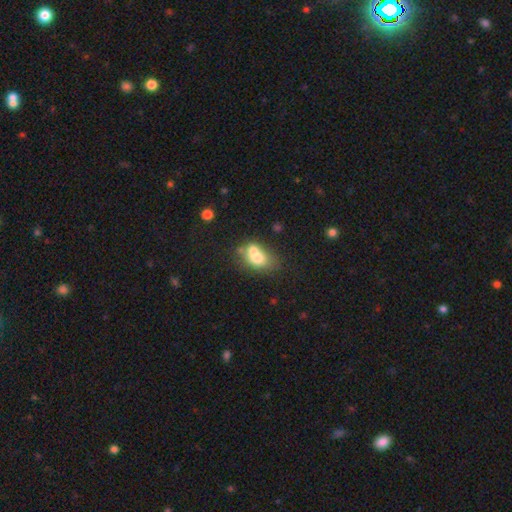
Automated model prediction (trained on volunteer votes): This appears to be a smooth galaxy with no disk features (65%) that is in between round and cigar-shaped (68%). Merging: merger (59%).